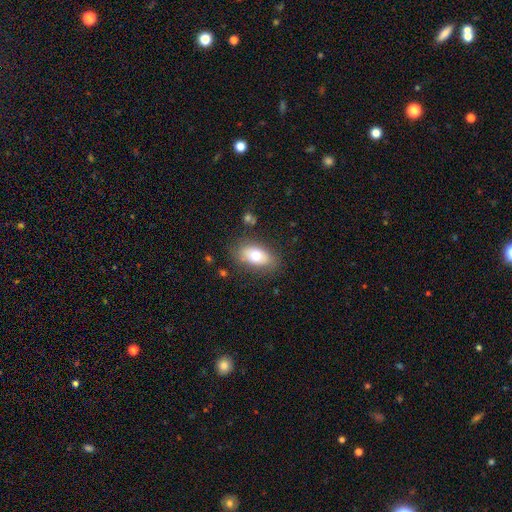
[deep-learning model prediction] smooth 69%, featured or disk 23%, star or artifact 8%. Down the decision tree: how rounded — in between (89%); merging — none (79%).